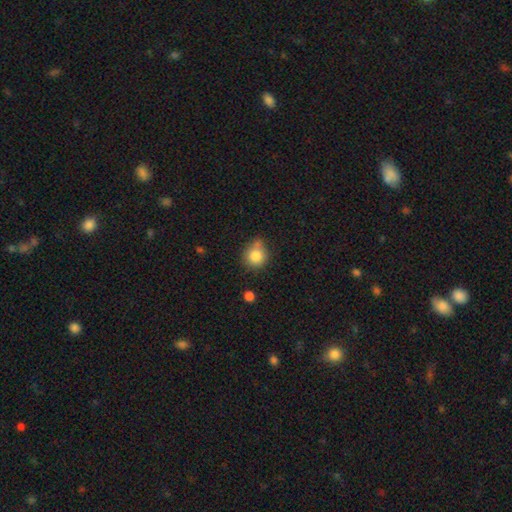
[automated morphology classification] Smooth or featured? Predicted: smooth (p=0.83). How rounded? Predicted: round (p=0.85). Merging? Predicted: none (p=0.58).